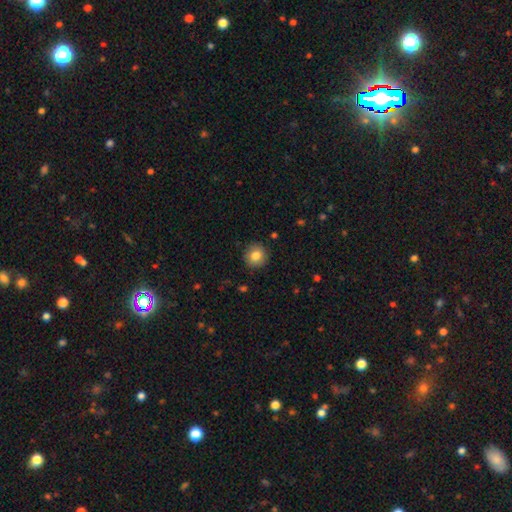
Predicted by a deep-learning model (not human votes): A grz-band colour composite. It shows a smooth galaxy with no disk features (82%) that is round (92%). Merging: none (90%).